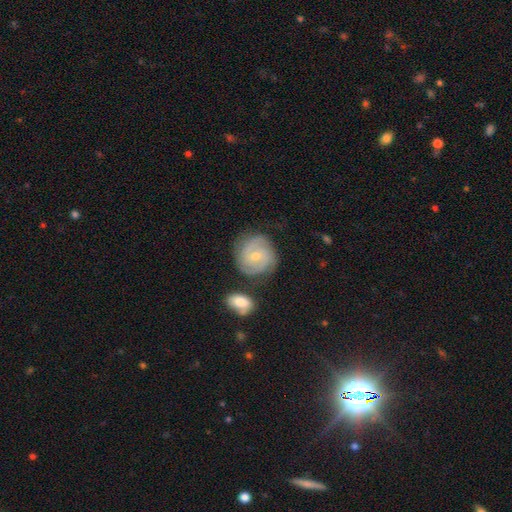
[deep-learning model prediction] This is likely a featured or disk galaxy (69%). It is clearly not viewed edge-on (97%). Bar: possibly weak (49%). Spiral arm pattern: clearly yes (92%). Spiral arm count: possibly 2 (53%). Spiral winding: possibly tight (56%). Central bulge: possibly small (52%). Merging: likely none (72%).